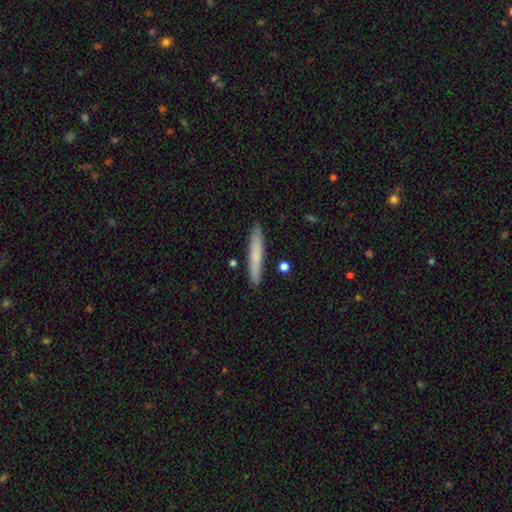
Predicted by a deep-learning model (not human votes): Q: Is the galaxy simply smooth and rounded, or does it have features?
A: smooth — 73%.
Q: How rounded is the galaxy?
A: cigar-shaped — 94%.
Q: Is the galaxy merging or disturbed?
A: none — 89%.